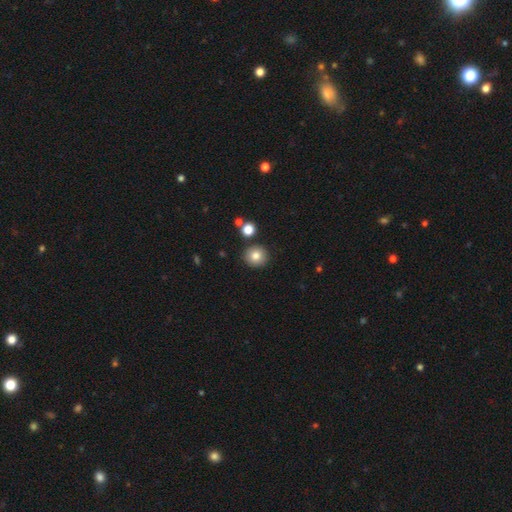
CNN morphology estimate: Q: Smooth or featured?
A: smooth (81%); runner-up: star or artifact (11%)
Q: How rounded?
A: round (91%); runner-up: in between (8%)
Q: Merging?
A: none (87%); runner-up: minor disturbance (6%)